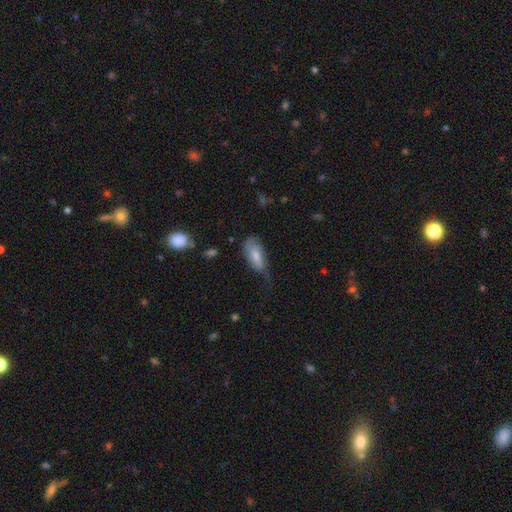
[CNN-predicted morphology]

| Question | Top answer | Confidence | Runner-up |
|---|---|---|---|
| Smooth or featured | smooth | 67% | featured or disk (26%) |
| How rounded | in between | 86% | cigar-shaped (12%) |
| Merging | none | 39% | minor disturbance (37%) |